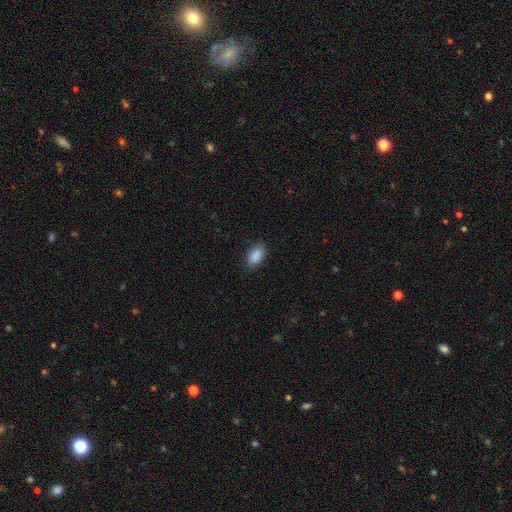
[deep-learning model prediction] This appears to be a smooth galaxy with no disk features (89%) that is in between round and cigar-shaped (92%). Merging: none (85%).